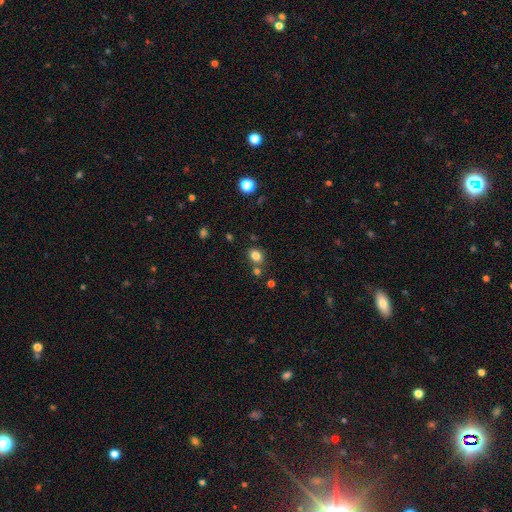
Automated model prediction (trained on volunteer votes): smooth-or-featured: smooth: 82% | star or artifact: 12% | featured or disk: 6%
  how-rounded: in between: 50% | round: 49% | cigar-shaped: 1%
  merging: none: 70% | merger: 15% | minor disturbance: 12% | major disturbance: 4%